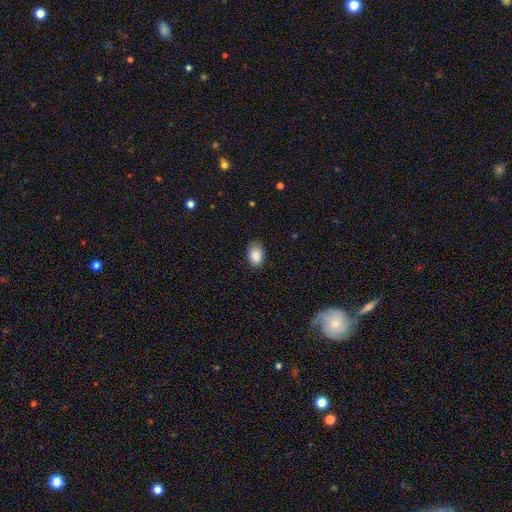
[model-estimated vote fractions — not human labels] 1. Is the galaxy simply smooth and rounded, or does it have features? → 89% smooth, 7% star or artifact, 3% featured or disk.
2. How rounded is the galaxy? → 80% in between, 19% round, 1% cigar-shaped.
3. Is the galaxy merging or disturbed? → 79% none, 17% minor disturbance, 3% major disturbance, 1% merger.